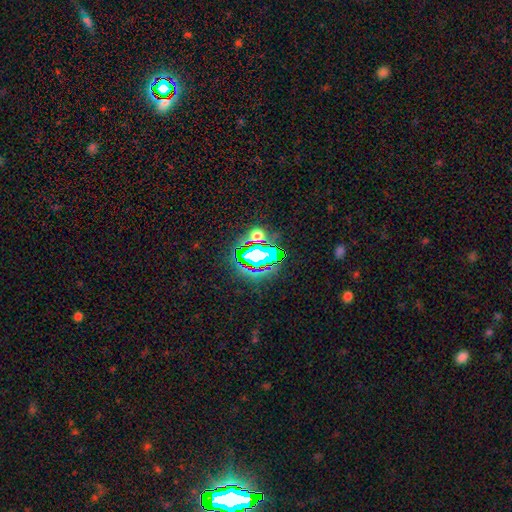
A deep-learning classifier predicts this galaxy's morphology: The model was most divided on "smooth or featured": star or artifact: 65%, smooth: 21%, featured or disk: 14%.